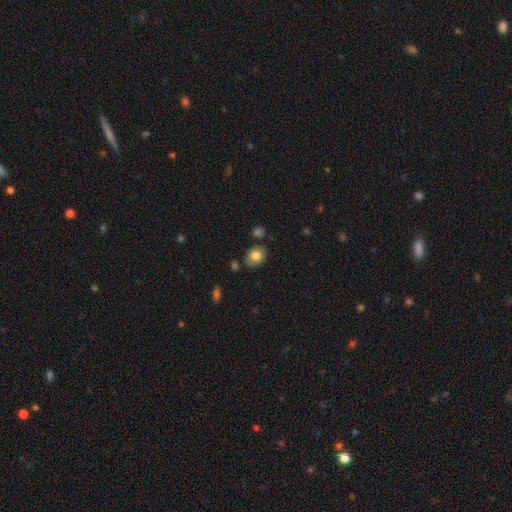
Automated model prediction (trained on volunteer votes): Q: Smooth or featured?
A: smooth (79%); runner-up: featured or disk (13%)
Q: How rounded?
A: in between (55%); runner-up: round (45%)
Q: Merging?
A: none (78%); runner-up: minor disturbance (14%)